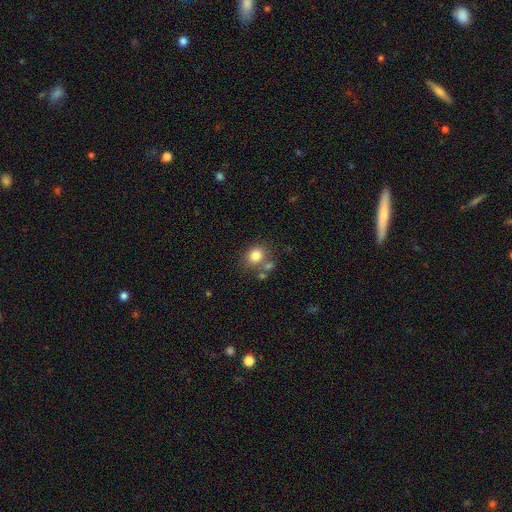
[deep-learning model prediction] Smooth or featured: smooth — 81% (star or artifact — 11%)
How rounded: round — 63% (in between — 36%)
Merging: none — 64% (merger — 18%)